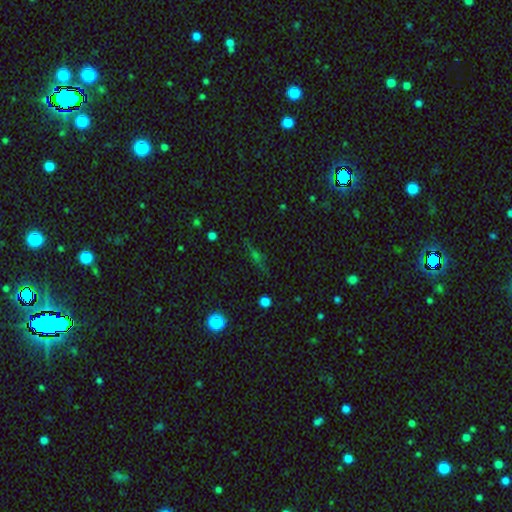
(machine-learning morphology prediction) type=star or artifact (39%).